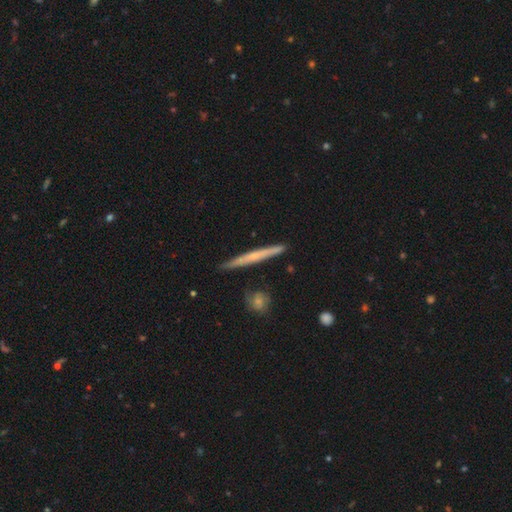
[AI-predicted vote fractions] Q: Smooth or featured?
A: featured or disk (57%); runner-up: smooth (37%)
Q: Edge-on disk?
A: yes (96%); runner-up: no (4%)
Q: Edge-on bulge?
A: none (55%); runner-up: rounded (40%)
Q: Merging?
A: none (88%); runner-up: minor disturbance (8%)